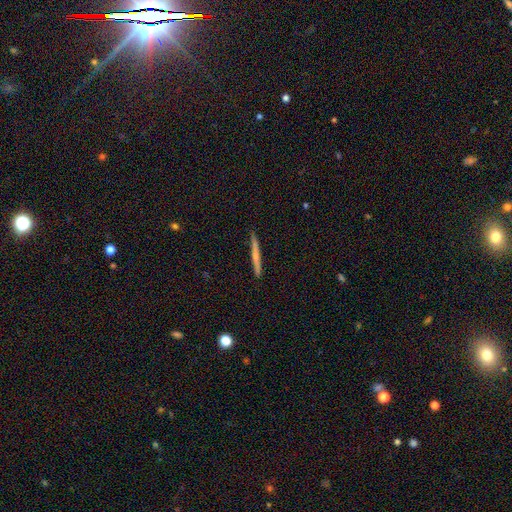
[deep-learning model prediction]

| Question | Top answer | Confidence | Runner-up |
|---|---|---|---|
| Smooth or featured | smooth | 50% | featured or disk (44%) |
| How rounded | cigar-shaped | 96% | in between (2%) |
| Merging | none | 91% | minor disturbance (7%) |